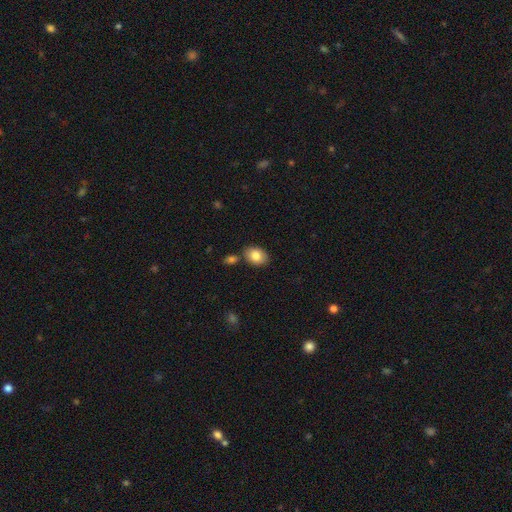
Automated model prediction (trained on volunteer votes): The model was most divided on "how rounded": in between: 79%, round: 20%, cigar-shaped: 1%. More confident: smooth or featured — smooth (84%); merging — none (75%).